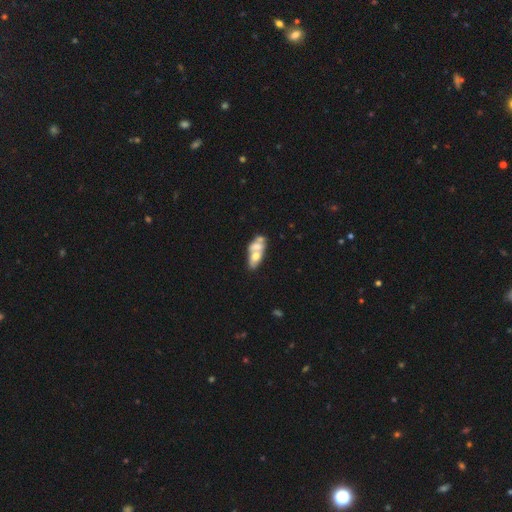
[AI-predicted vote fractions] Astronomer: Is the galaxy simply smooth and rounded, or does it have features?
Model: smooth — 47% (runner-up: featured or disk, 45%).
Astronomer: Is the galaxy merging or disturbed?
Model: merger — 57%.